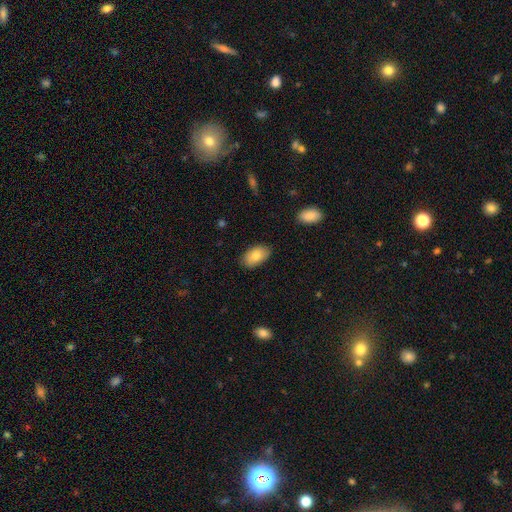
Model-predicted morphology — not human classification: Smooth or featured?
  - smooth: 81% *
  - featured or disk: 12%
  - star or artifact: 7%
How rounded?
  - in between: 94% *
  - round: 5%
  - cigar-shaped: 1%
Merging?
  - none: 83% *
  - minor disturbance: 13%
  - major disturbance: 2%
  - merger: 1%